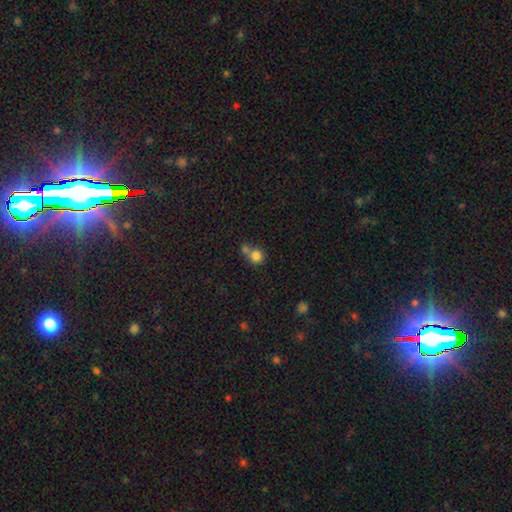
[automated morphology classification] smooth-or-featured: smooth: 80% | star or artifact: 11% | featured or disk: 9%
  how-rounded: round: 87% | in between: 12% | cigar-shaped: 1%
  merging: merger: 47% | none: 39% | minor disturbance: 9% | major disturbance: 4%